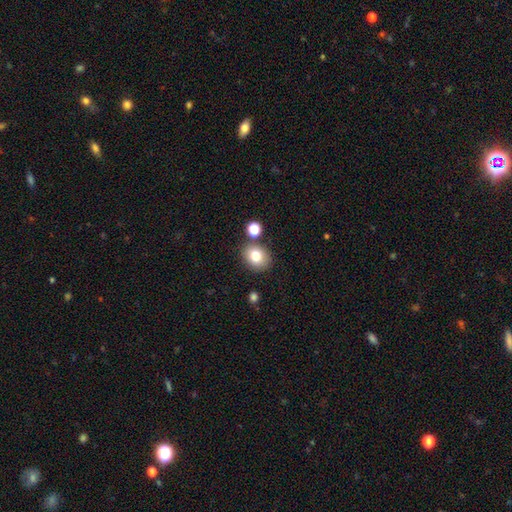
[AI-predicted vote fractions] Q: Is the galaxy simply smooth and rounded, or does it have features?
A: smooth — 79%.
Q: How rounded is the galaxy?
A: round — 54%.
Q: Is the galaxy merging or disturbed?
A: none — 77%.